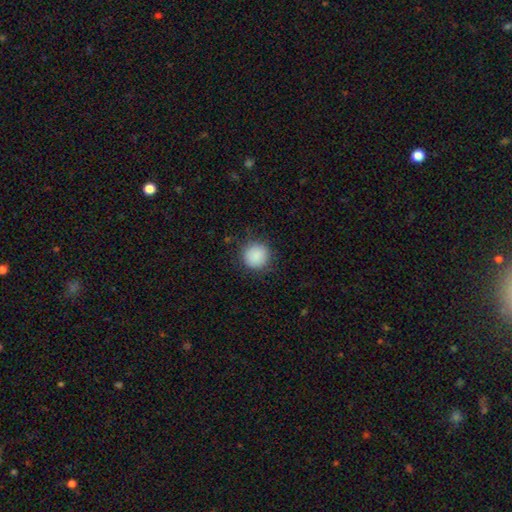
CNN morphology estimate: The model was most divided on "merging": none: 87%, minor disturbance: 9%, major disturbance: 3%, merger: 1%. More confident: how rounded — round (94%); smooth or featured — smooth (89%).